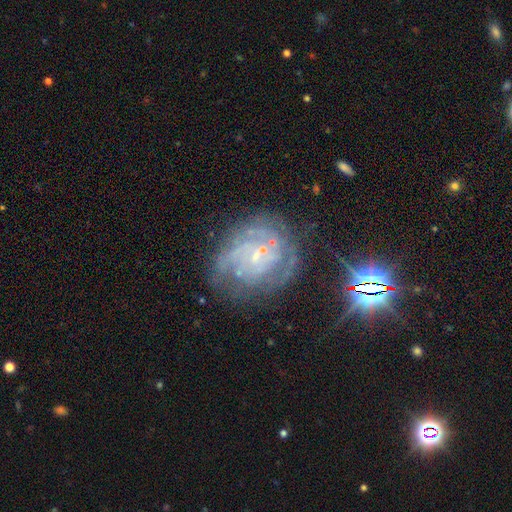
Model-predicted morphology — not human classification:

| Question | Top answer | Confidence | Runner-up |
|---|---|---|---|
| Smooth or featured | featured or disk | 73% | star or artifact (15%) |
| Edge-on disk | no | 97% | yes (3%) |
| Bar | no | 58% | weak (33%) |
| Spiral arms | yes | 80% | no (20%) |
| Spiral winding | tight | 58% | medium (31%) |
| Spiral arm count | can't tell | 47% | 2 (17%) |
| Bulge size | small | 69% | none (18%) |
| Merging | none | 56% | minor disturbance (21%) |